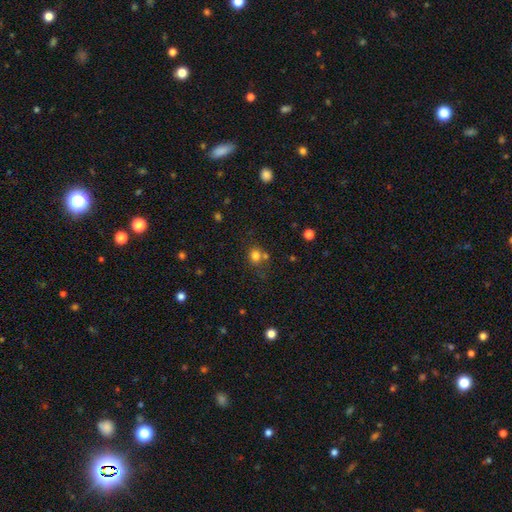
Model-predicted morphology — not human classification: Overall: smooth (78%). How rounded: round (74%). Merging: none (58%; merger 24%).